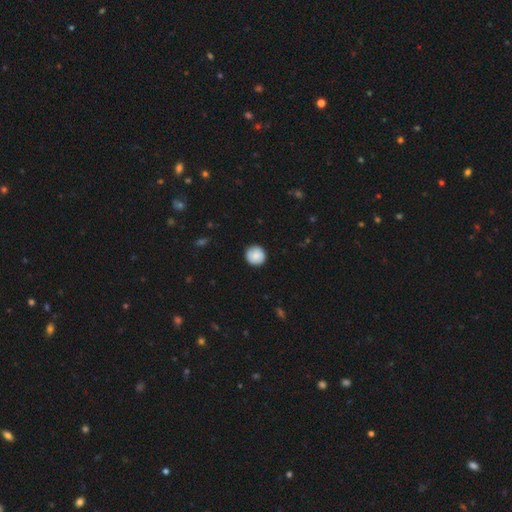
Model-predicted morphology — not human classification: Smooth or featured? smooth (86%)
How rounded? round (94%)
Merging? none (89%)